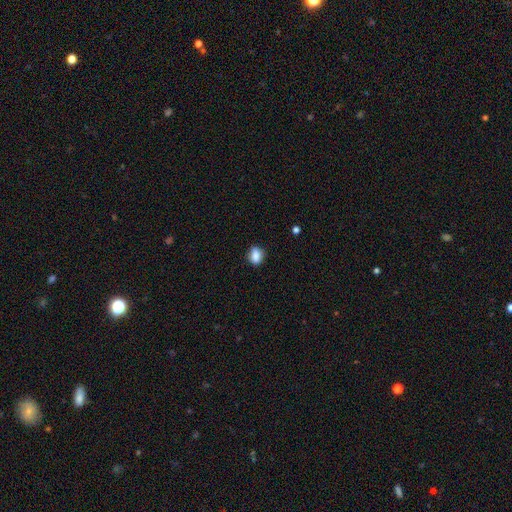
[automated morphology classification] Smooth or featured: smooth — 86% (star or artifact — 9%)
How rounded: in between — 66% (round — 32%)
Merging: none — 80% (minor disturbance — 15%)